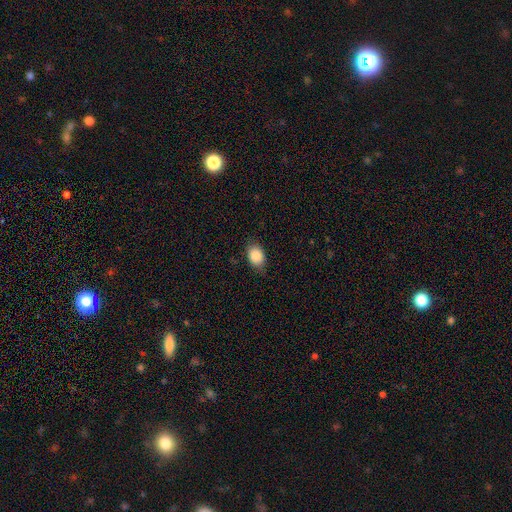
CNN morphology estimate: A smooth galaxy with no disk features (86%) that is in between round and cigar-shaped (77%).

Vote fractions:
- Smooth or featured? smooth: 86% / star or artifact: 8% / featured or disk: 6%
- How rounded? in between: 77% / round: 22% / cigar-shaped: 1%
- Merging? none: 81% / minor disturbance: 16% / major disturbance: 3% / merger: 1%